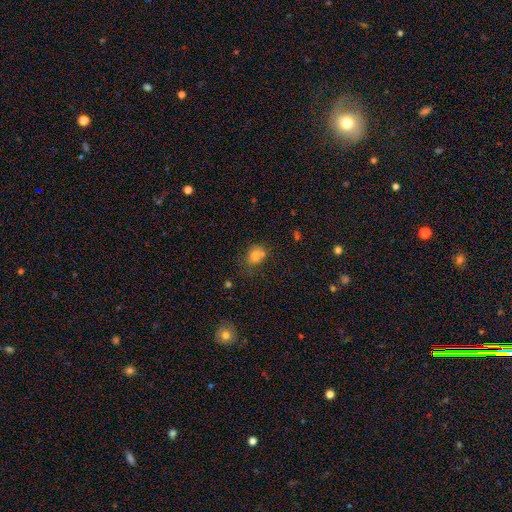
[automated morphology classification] A smooth galaxy with no disk features (75%) that is round (65%). Merging: none (54%).